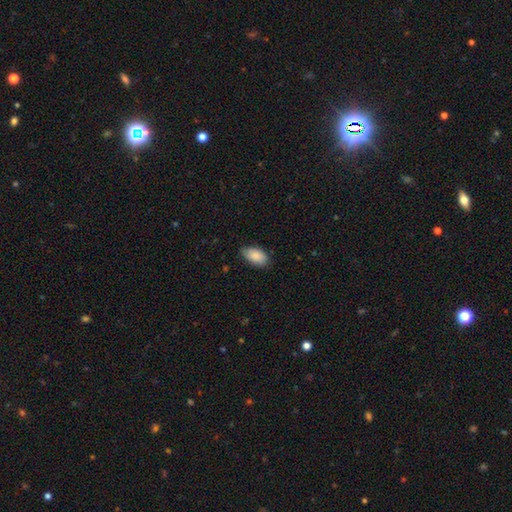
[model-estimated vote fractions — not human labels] smooth-or-featured: smooth: 88% | star or artifact: 6% | featured or disk: 6%
  how-rounded: in between: 95% | round: 3% | cigar-shaped: 2%
  merging: none: 77% | minor disturbance: 19% | major disturbance: 3% | merger: 1%